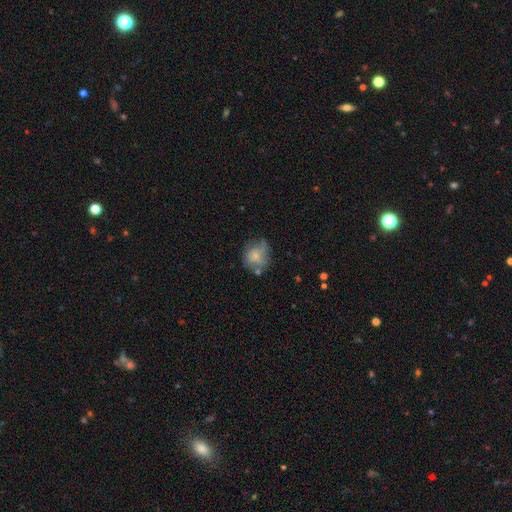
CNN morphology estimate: type=smooth (60%); roundness=round (68%); merging=none (49%).